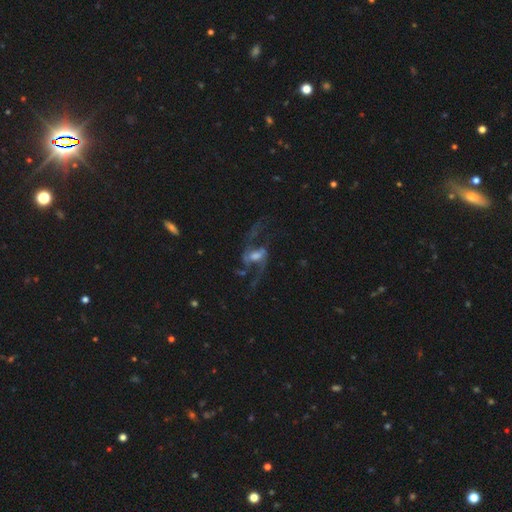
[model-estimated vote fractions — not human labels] Smooth or featured? Predicted: featured or disk (p=0.83). Edge-on disk? Predicted: no (p=0.96). Bar? Predicted: weak (p=0.48). Spiral arms? Predicted: yes (p=0.93). Spiral winding? Predicted: loose (p=0.74). Spiral arm count? Predicted: 2 (p=0.84). Bulge size? Predicted: moderate (p=0.47). Merging? Predicted: none (p=0.52).